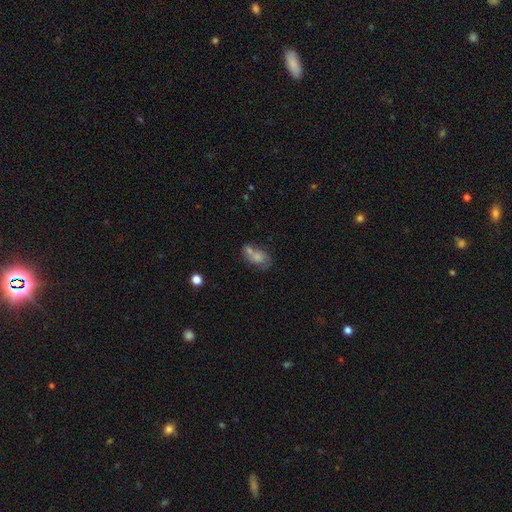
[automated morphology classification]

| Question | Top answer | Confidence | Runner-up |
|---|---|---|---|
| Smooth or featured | smooth | 65% | featured or disk (25%) |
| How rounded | in between | 79% | round (17%) |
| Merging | merger | 44% | none (30%) |